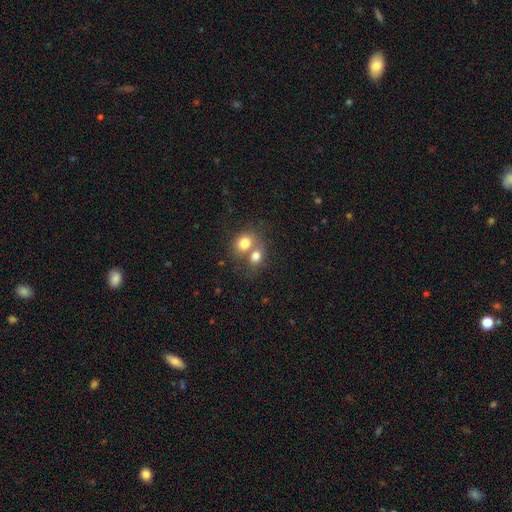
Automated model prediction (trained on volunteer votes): Q: Smooth or featured?
A: smooth (76%); runner-up: featured or disk (14%)
Q: How rounded?
A: round (59%); runner-up: in between (40%)
Q: Merging?
A: merger (62%); runner-up: none (28%)